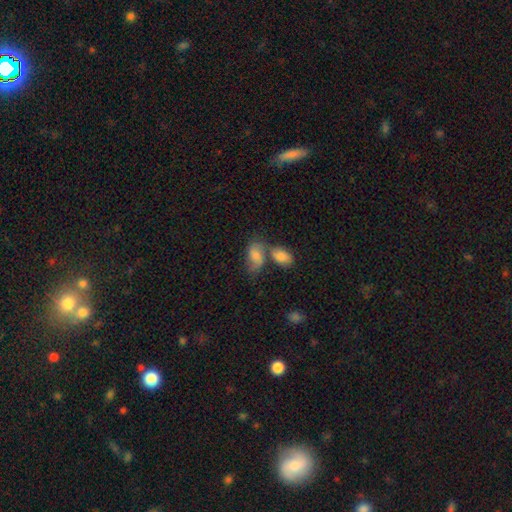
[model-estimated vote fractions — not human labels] A smooth galaxy with no disk features (71%) that is in between round and cigar-shaped (90%).

Vote fractions:
- Smooth or featured? smooth: 71% / featured or disk: 20% / star or artifact: 8%
- How rounded? in between: 90% / round: 8% / cigar-shaped: 2%
- Merging? merger: 43% / none: 32% / minor disturbance: 16% / major disturbance: 9%